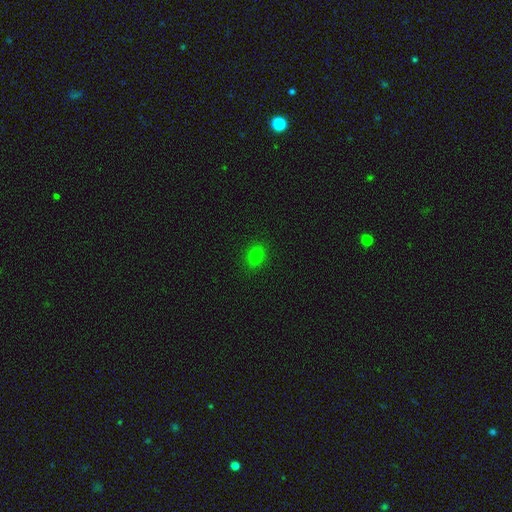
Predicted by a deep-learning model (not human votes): Morphology: type=smooth (76%); roundness=round (55%); merging=none (88%).